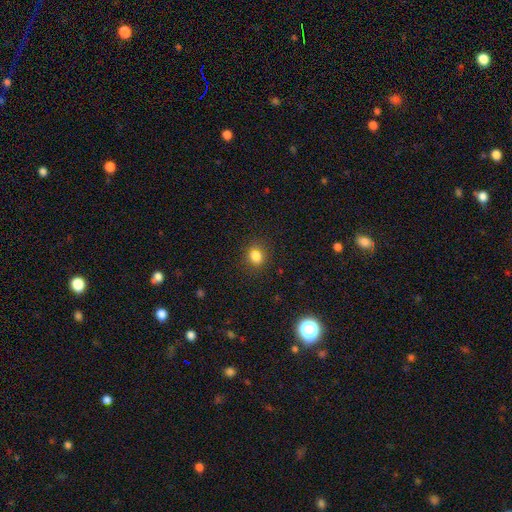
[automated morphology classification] smooth 80%, star or artifact 14%, featured or disk 6%. Down the decision tree: how rounded — round (64%); merging — none (83%).